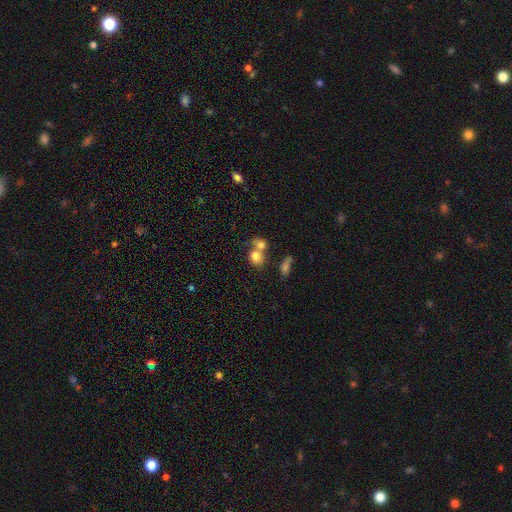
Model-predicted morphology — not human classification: Overall: smooth (78%). How rounded: round (64%; in between 35%). Merging: merger (53%; none 35%).